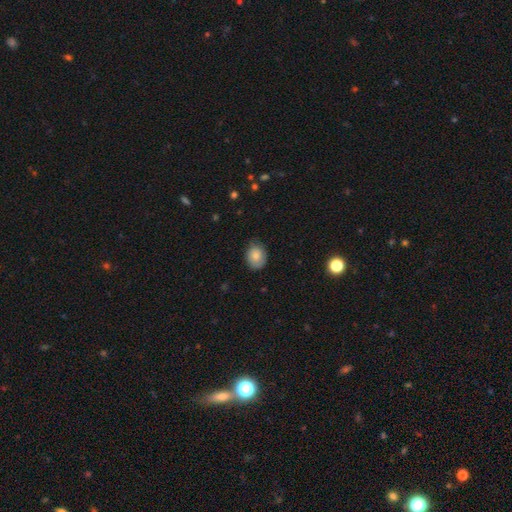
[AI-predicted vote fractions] Morphology: type=smooth (76%); roundness=in between (53%); merging=none (70%).